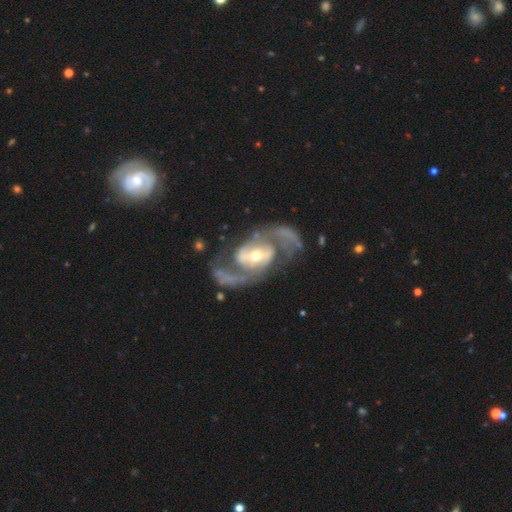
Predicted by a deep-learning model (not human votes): This appears to be a featured or disk galaxy (91%) with a weak bar (38%), 2 (91%) medium (53%) spiral arms (96%) and a moderate central bulge (53%). Merging: none (69%).